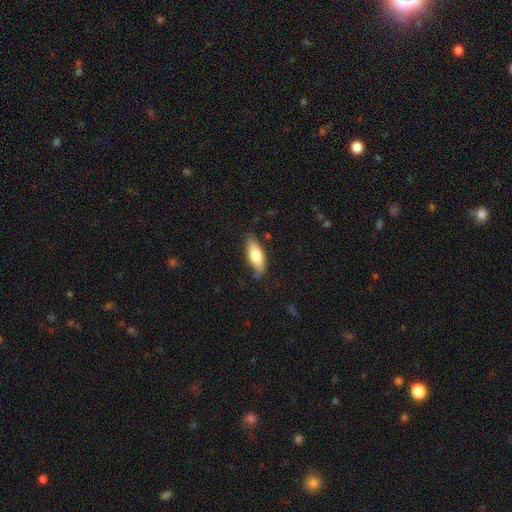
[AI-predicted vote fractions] A smooth galaxy with no disk features (73%) that is in between round and cigar-shaped (70%).

Vote fractions:
- Smooth or featured? smooth: 73% / featured or disk: 22% / star or artifact: 6%
- How rounded? in between: 70% / cigar-shaped: 28% / round: 2%
- Merging? none: 77% / minor disturbance: 17% / major disturbance: 3% / merger: 2%